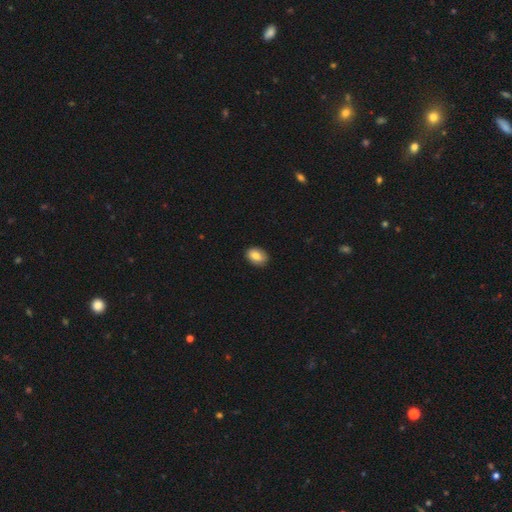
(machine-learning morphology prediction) Smooth or featured? smooth (82%)
How rounded? in between (77%)
Merging? none (86%)